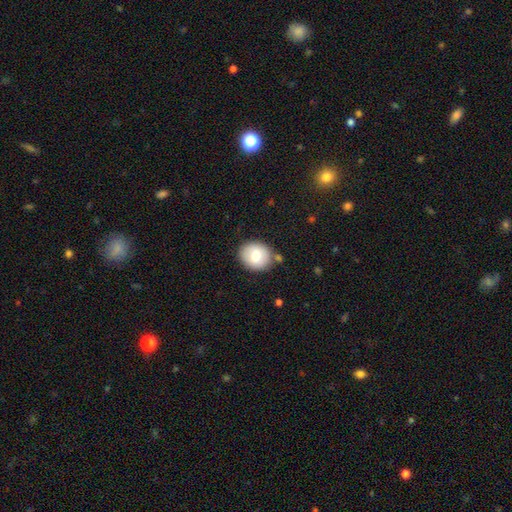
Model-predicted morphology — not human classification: type=smooth (75%); roundness=round (64%); merging=none (81%).